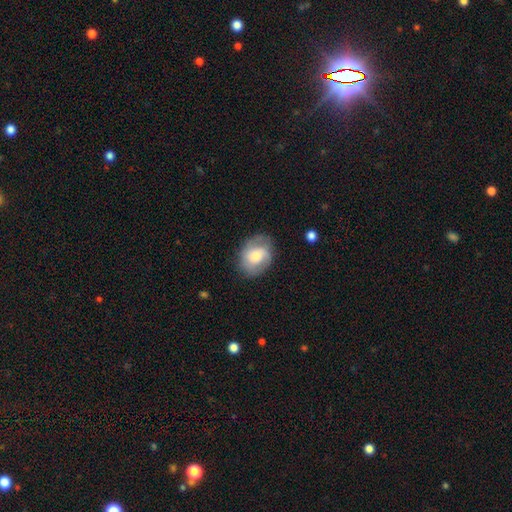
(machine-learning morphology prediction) A smooth galaxy with no disk features (50%) that is in between round and cigar-shaped (57%). Merging: none (70%).